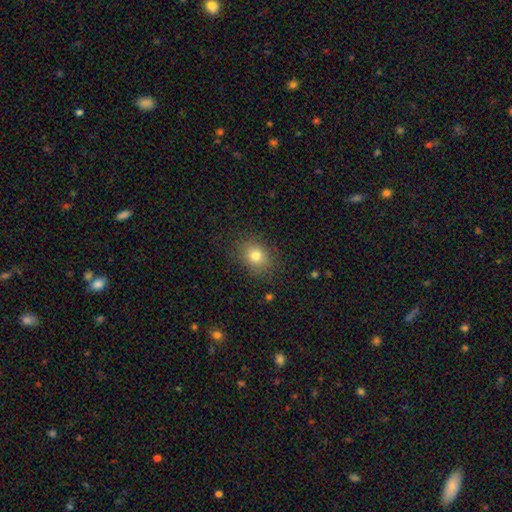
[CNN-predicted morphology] smooth-or-featured: smooth: 78% | star or artifact: 12% | featured or disk: 9%
  how-rounded: round: 50% | in between: 49% | cigar-shaped: 1%
  merging: none: 84% | minor disturbance: 11% | major disturbance: 4% | merger: 1%